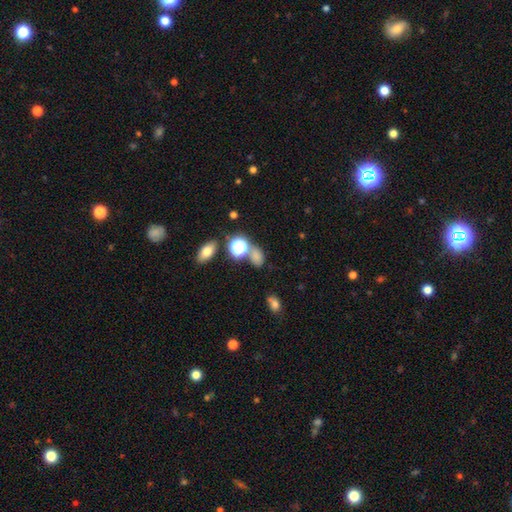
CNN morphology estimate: Smooth or featured?
  - smooth: 68% *
  - star or artifact: 24%
  - featured or disk: 8%
How rounded?
  - in between: 58% *
  - round: 40%
  - cigar-shaped: 2%
Merging?
  - none: 54% *
  - merger: 24%
  - minor disturbance: 15%
  - major disturbance: 7%